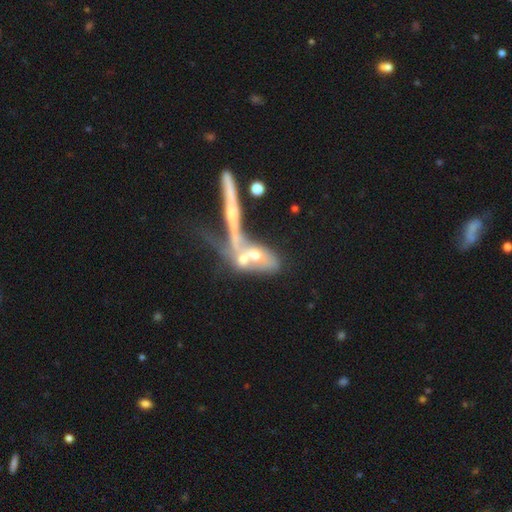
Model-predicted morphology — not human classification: This is possibly a featured or disk galaxy (60%). It is possibly not viewed edge-on (57%). Merging: likely merger (65%).